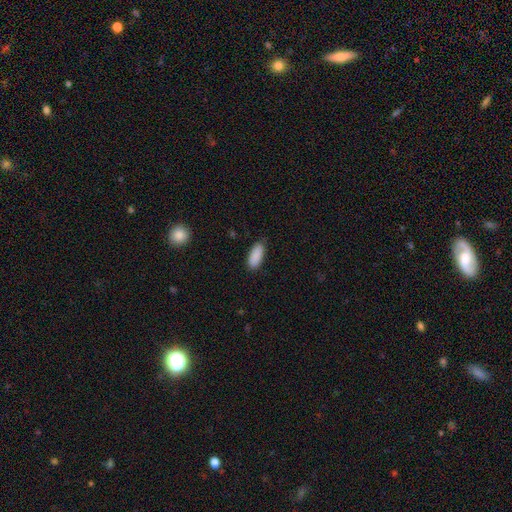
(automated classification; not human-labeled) Smooth or featured: smooth — 90% (star or artifact — 6%)
How rounded: in between — 83% (cigar-shaped — 15%)
Merging: none — 83% (minor disturbance — 13%)